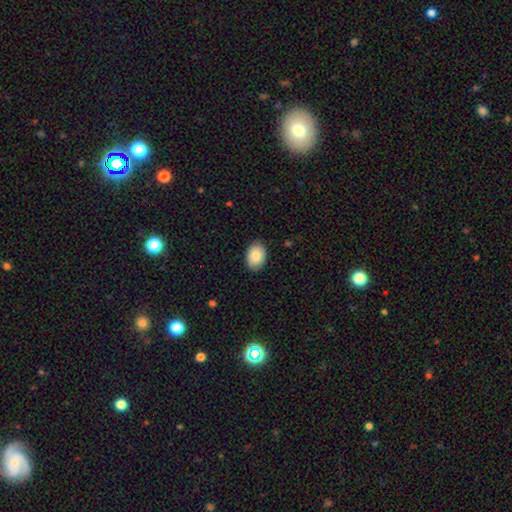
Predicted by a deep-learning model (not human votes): smooth_or_featured: smooth (p=0.87) [alt: star or artifact p=0.06]
how_rounded: in between (p=0.82) [alt: round p=0.17]
merging: none (p=0.88) [alt: minor disturbance p=0.09]